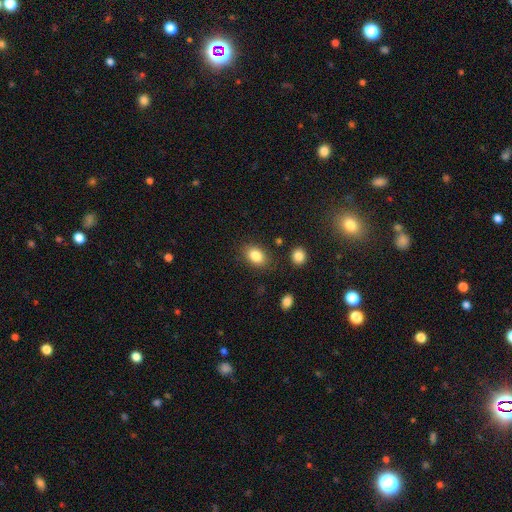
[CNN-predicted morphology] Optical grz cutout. It shows a smooth galaxy with no disk features (84%) that is in between round and cigar-shaped (80%). Merging: none (82%).